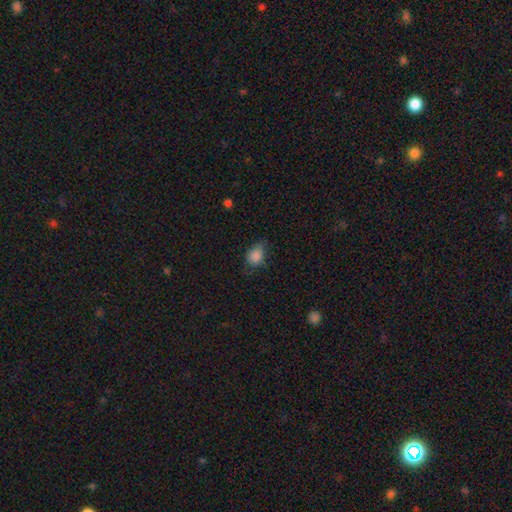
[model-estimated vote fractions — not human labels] Morphology: type=smooth (85%); roundness=in between (66%); merging=none (56%).